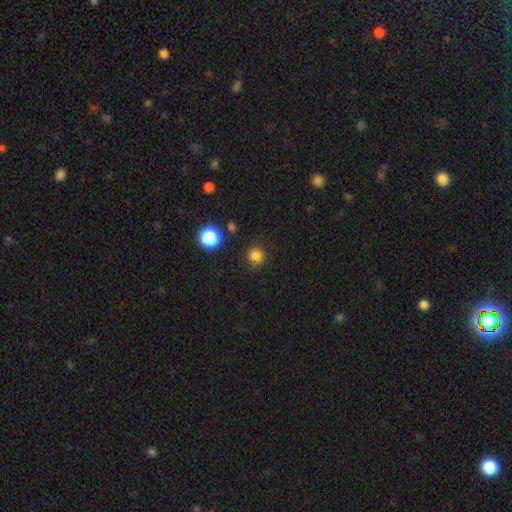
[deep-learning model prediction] smooth-or-featured: smooth: 82% | star or artifact: 14% | featured or disk: 4%
  how-rounded: round: 94% | in between: 5% | cigar-shaped: 1%
  merging: none: 89% | minor disturbance: 6% | major disturbance: 2% | merger: 2%